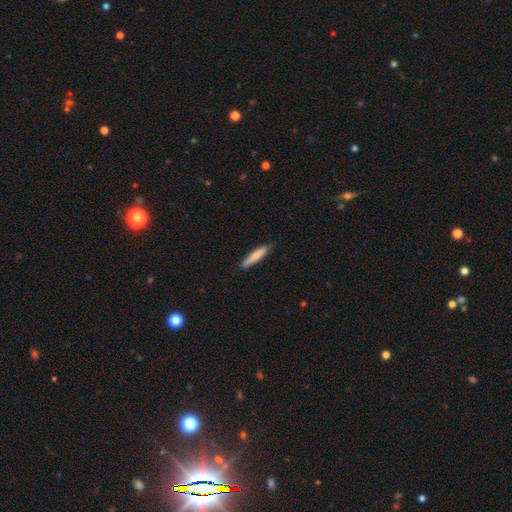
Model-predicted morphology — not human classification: smooth-or-featured: smooth: 81% | featured or disk: 14% | star or artifact: 5%
  how-rounded: cigar-shaped: 87% | in between: 12% | round: 1%
  merging: none: 87% | minor disturbance: 10% | major disturbance: 2% | merger: 1%